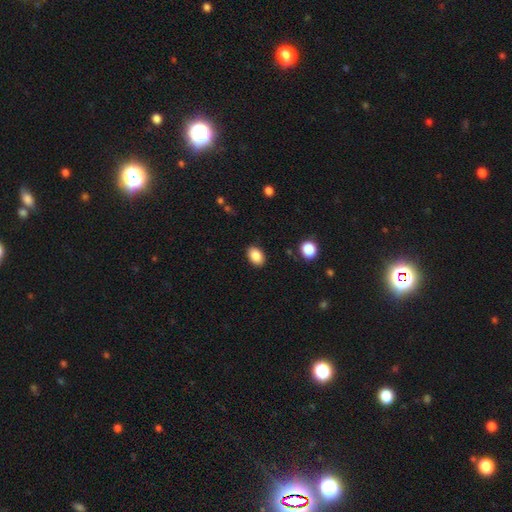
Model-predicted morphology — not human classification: Q: Smooth or featured?
A: smooth (87%); runner-up: star or artifact (9%)
Q: How rounded?
A: in between (79%); runner-up: round (20%)
Q: Merging?
A: none (88%); runner-up: minor disturbance (8%)